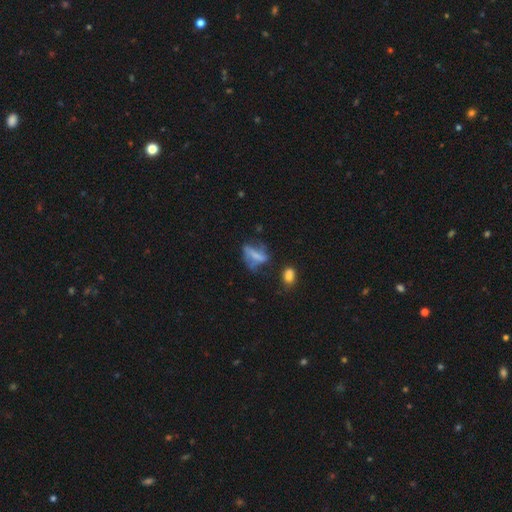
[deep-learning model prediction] A smooth galaxy with no disk features (45%). Merging: none (36%).